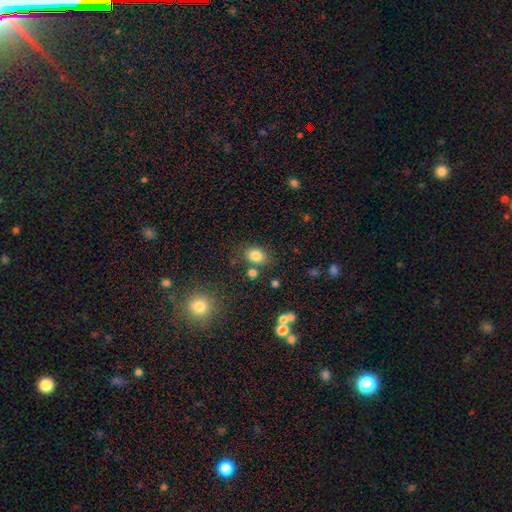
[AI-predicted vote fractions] Morphology: type=smooth (82%); roundness=in between (60%); merging=none (71%).